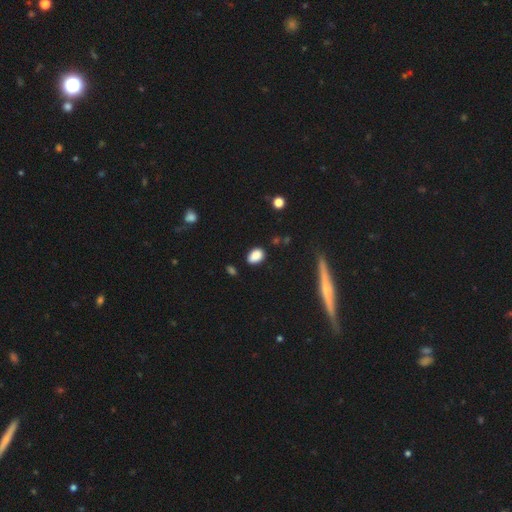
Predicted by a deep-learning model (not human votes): Smooth or featured: smooth — 87% (star or artifact — 9%)
How rounded: in between — 84% (round — 14%)
Merging: none — 80% (minor disturbance — 15%)